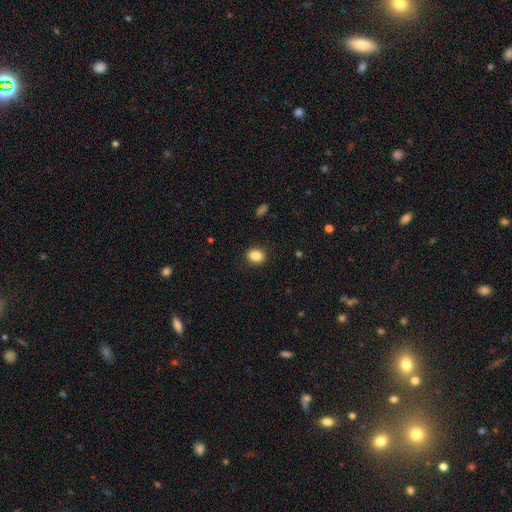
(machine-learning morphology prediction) smooth_or_featured: smooth (p=0.86) [alt: star or artifact p=0.09]
how_rounded: round (p=0.51) [alt: in between p=0.48]
merging: none (p=0.89) [alt: minor disturbance p=0.08]